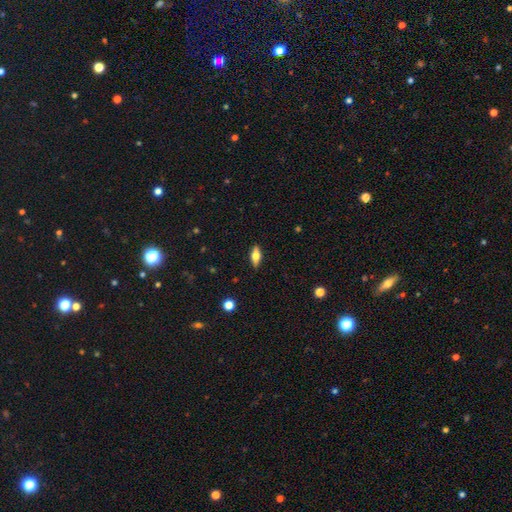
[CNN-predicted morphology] The model was most divided on "smooth or featured": smooth: 51%, featured or disk: 42%, star or artifact: 8%. More confident: merging — none (88%); how rounded — in between (68%).